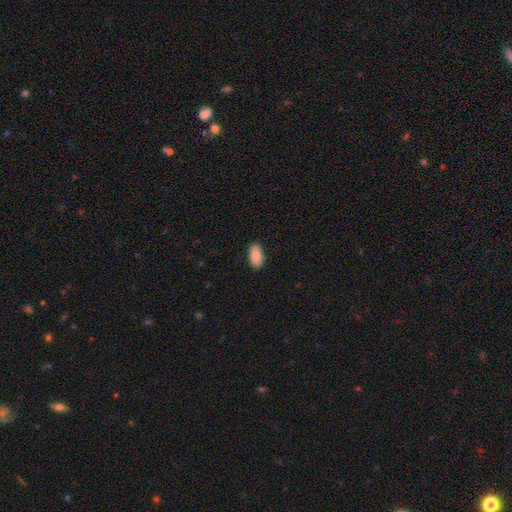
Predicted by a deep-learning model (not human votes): This appears to be a smooth galaxy with no disk features (91%) that is in between round and cigar-shaped (94%). Merging: none (90%).